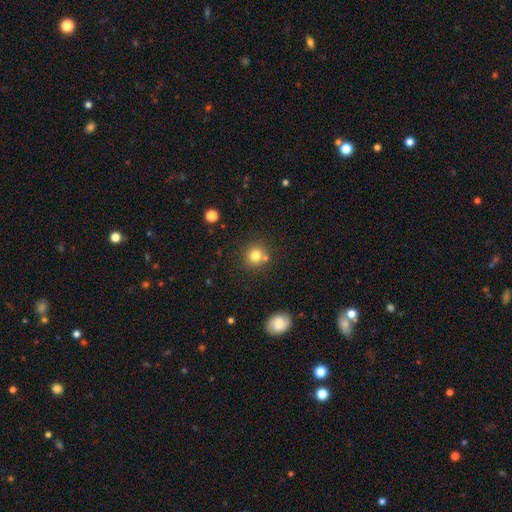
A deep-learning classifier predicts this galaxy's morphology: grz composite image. It shows a smooth galaxy with no disk features (79%) that is round (90%). Merging: none (73%).